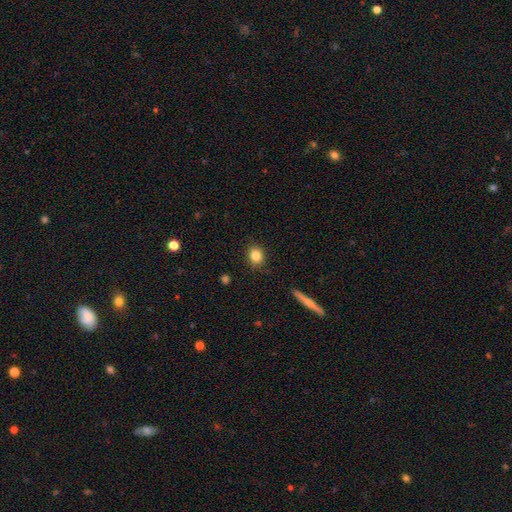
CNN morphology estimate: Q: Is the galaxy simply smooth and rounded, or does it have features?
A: smooth — 83%.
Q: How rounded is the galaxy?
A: round — 61%.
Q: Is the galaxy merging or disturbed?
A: none — 87%.